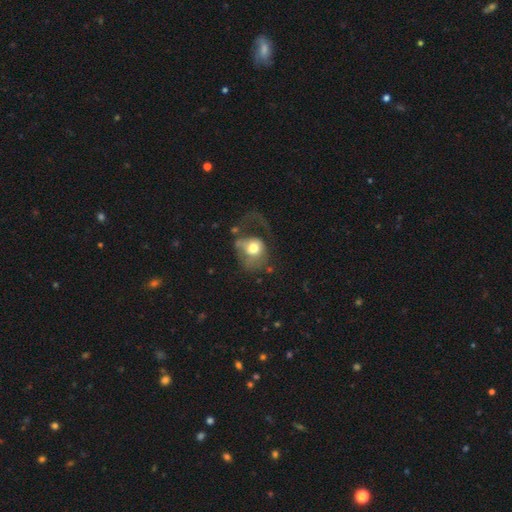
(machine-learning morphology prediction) Overall: smooth (55%; featured or disk 36%). How rounded: round (63%; in between 36%). Merging: major disturbance (57%; none 22%).